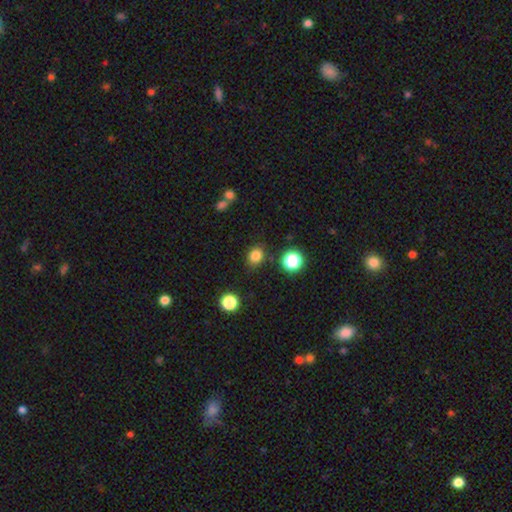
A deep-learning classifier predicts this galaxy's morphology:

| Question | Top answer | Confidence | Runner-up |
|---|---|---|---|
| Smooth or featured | smooth | 82% | star or artifact (13%) |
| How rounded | round | 61% | in between (38%) |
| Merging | none | 83% | minor disturbance (10%) |